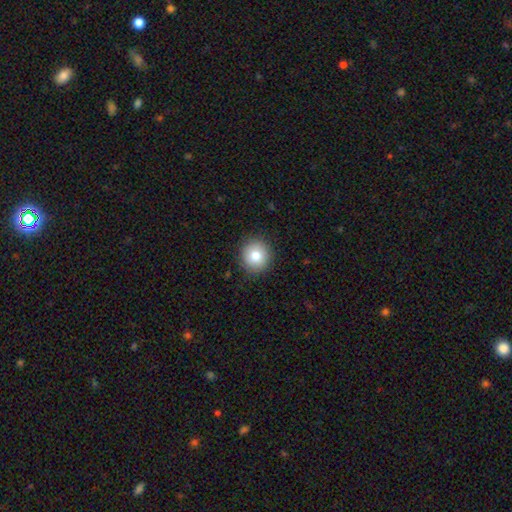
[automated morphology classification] Overall: smooth (80%). How rounded: round (91%). Merging: none (89%).